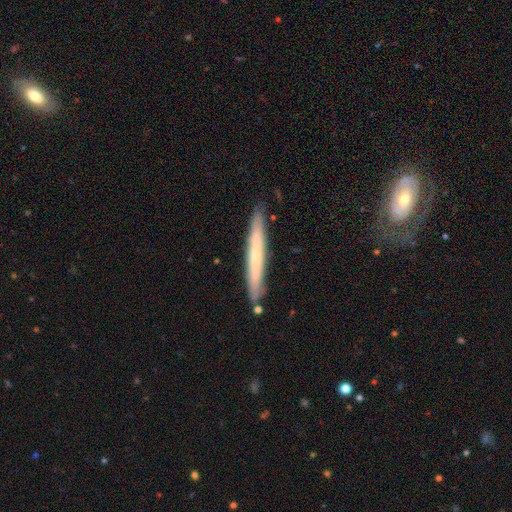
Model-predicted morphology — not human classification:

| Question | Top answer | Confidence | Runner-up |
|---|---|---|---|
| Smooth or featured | smooth | 55% | featured or disk (39%) |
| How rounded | cigar-shaped | 97% | in between (2%) |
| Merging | none | 87% | minor disturbance (9%) |